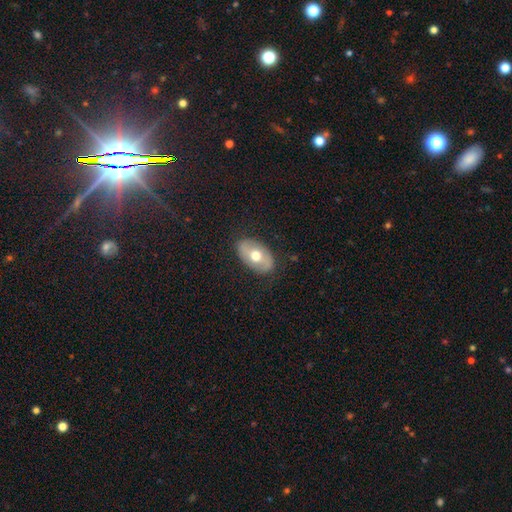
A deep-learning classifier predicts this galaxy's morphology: Smooth or featured?
  - smooth: 54% *
  - featured or disk: 40%
  - star or artifact: 6%
How rounded?
  - in between: 89% *
  - round: 9%
  - cigar-shaped: 1%
Merging?
  - none: 83% *
  - minor disturbance: 13%
  - major disturbance: 3%
  - merger: 1%